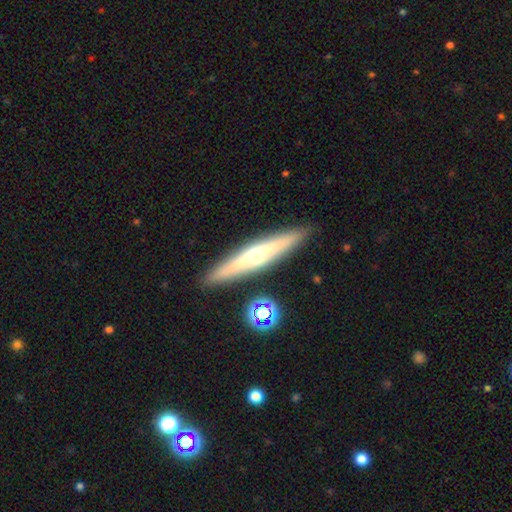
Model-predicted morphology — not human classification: Smooth or featured? Predicted: featured or disk (p=0.60). Edge-on disk? Predicted: yes (p=0.93). Edge-on bulge? Predicted: rounded (p=0.86). Merging? Predicted: none (p=0.89).